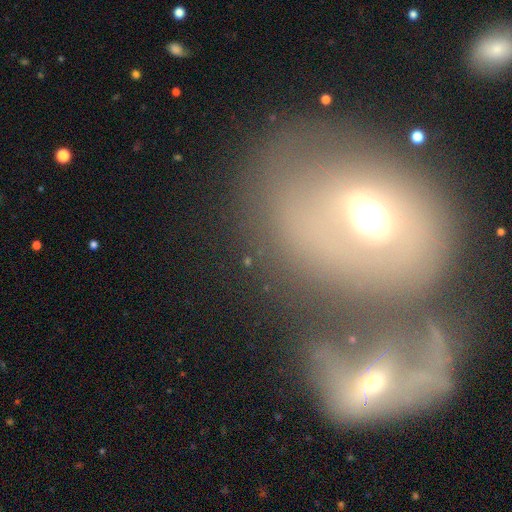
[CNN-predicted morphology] Smooth or featured? Predicted: smooth (p=0.45). Merging? Predicted: merger (p=0.60).